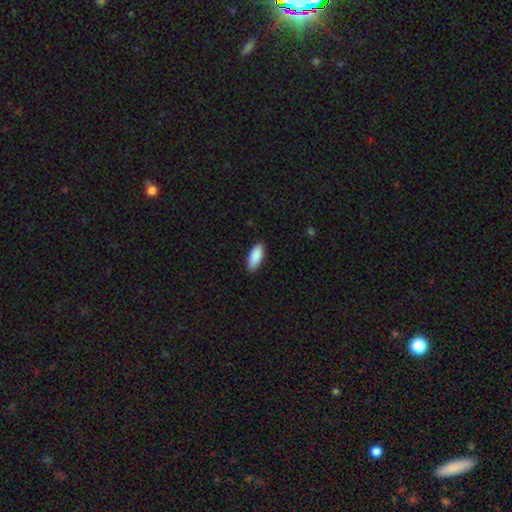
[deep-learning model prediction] Q: Smooth or featured?
A: smooth (90%); runner-up: star or artifact (6%)
Q: How rounded?
A: in between (80%); runner-up: cigar-shaped (18%)
Q: Merging?
A: none (88%); runner-up: minor disturbance (9%)